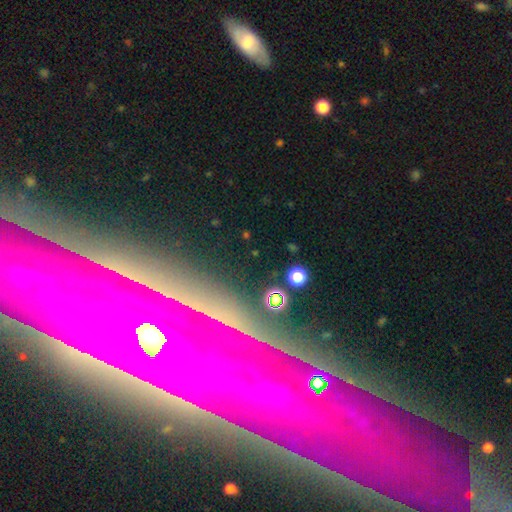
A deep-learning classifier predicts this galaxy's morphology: smooth_or_featured: featured or disk (p=0.61) [alt: star or artifact p=0.26]
disk_edge_on: no (p=0.52) [alt: yes p=0.48]
merging: none (p=0.86) [alt: minor disturbance p=0.09]